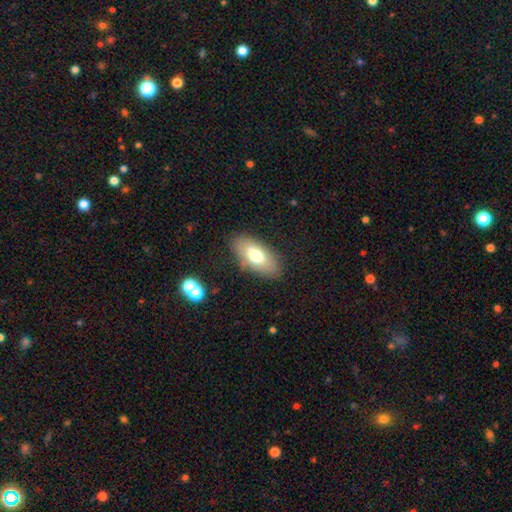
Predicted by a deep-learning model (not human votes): The model was most divided on "smooth or featured": smooth: 69%, featured or disk: 23%, star or artifact: 8%. More confident: how rounded — in between (90%); merging — none (81%).